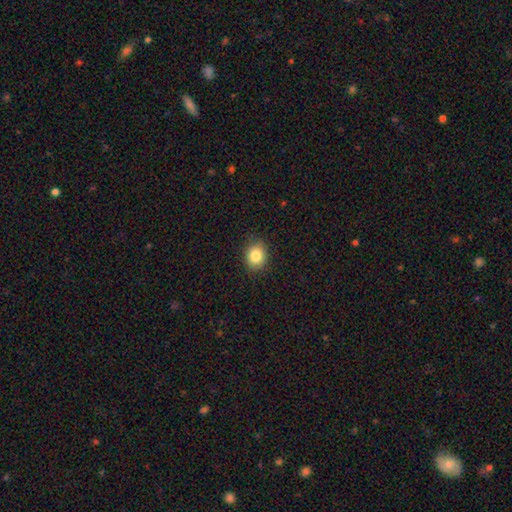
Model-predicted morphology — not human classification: This is clearly a smooth galaxy (84%). How rounded: possibly round (59%). Merging: clearly none (88%).